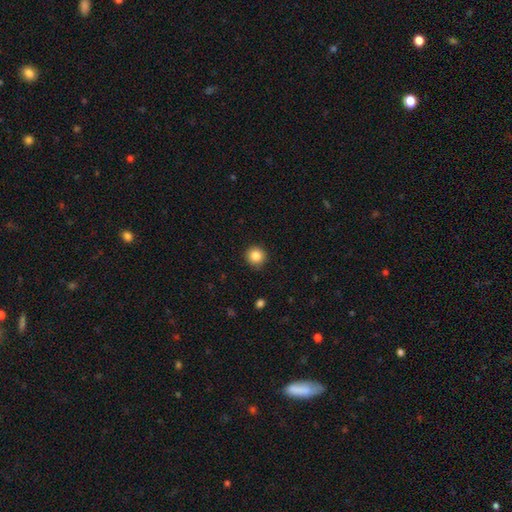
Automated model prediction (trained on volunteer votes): This appears to be a smooth galaxy with no disk features (85%) that is round (94%). Merging: none (91%).